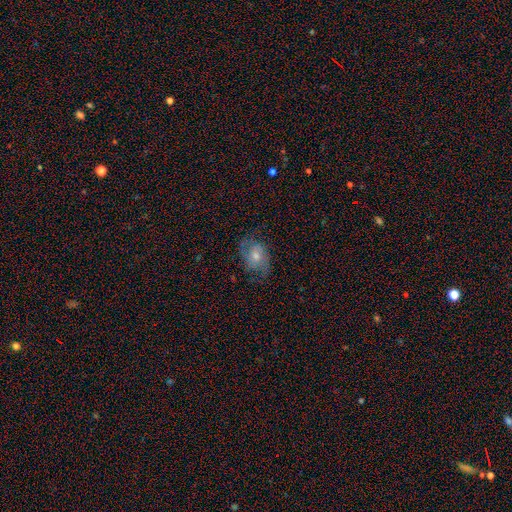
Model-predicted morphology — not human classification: The model was most divided on "bulge size": moderate: 56%, small: 35%, large: 5%, none: 2%, dominant: 1%. More confident: edge-on disk — no (96%); spiral arms — yes (82%); merging — none (71%); bar — no (70%); smooth or featured — featured or disk (56%).